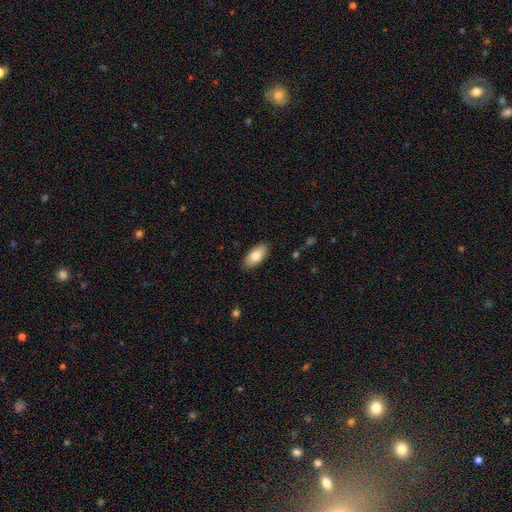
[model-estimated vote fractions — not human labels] This is clearly a smooth galaxy (84%). How rounded: clearly in between (92%). Merging: clearly none (87%).